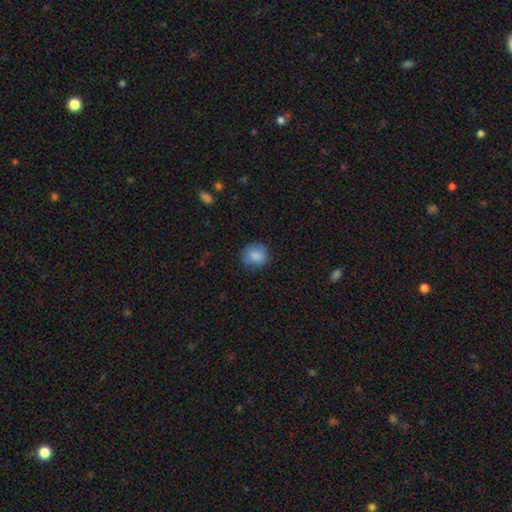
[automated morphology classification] This appears to be a smooth galaxy with no disk features (85%) that is round (84%). Merging: none (79%).